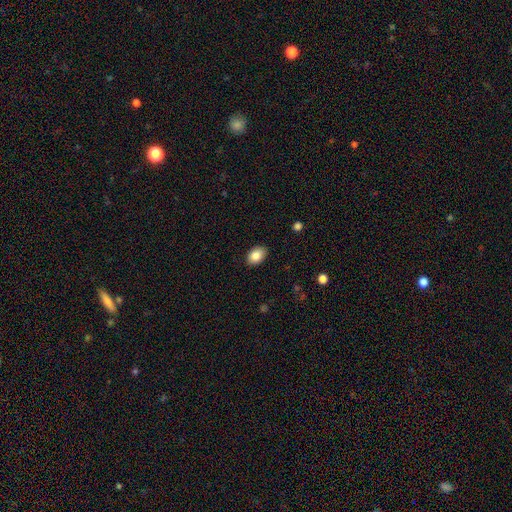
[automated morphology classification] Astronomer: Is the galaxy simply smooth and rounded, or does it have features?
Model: smooth — 85%.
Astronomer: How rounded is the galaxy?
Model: in between — 85%.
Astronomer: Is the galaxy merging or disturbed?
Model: none — 87%.